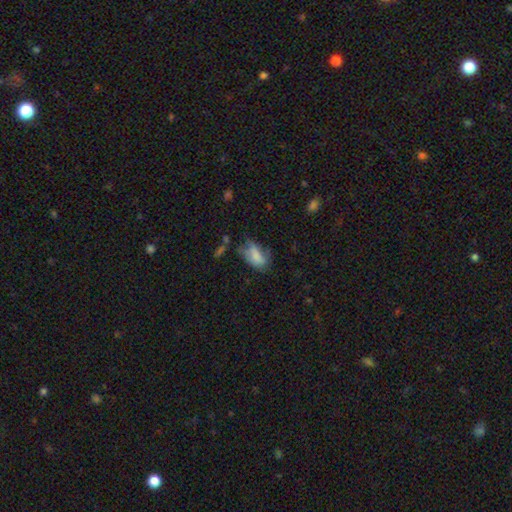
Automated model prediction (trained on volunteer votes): This is likely a smooth galaxy (71%). How rounded: clearly in between (90%). Merging: marginally minor disturbance (34%, tied with none).